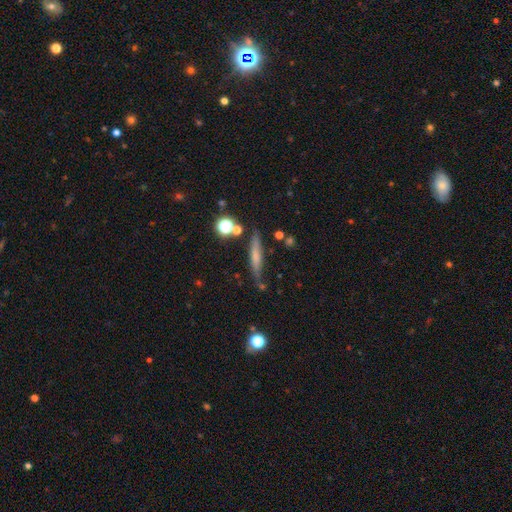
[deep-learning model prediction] Q: Smooth or featured?
A: smooth (53%); runner-up: featured or disk (36%)
Q: How rounded?
A: cigar-shaped (88%); runner-up: in between (8%)
Q: Merging?
A: none (76%); runner-up: minor disturbance (14%)